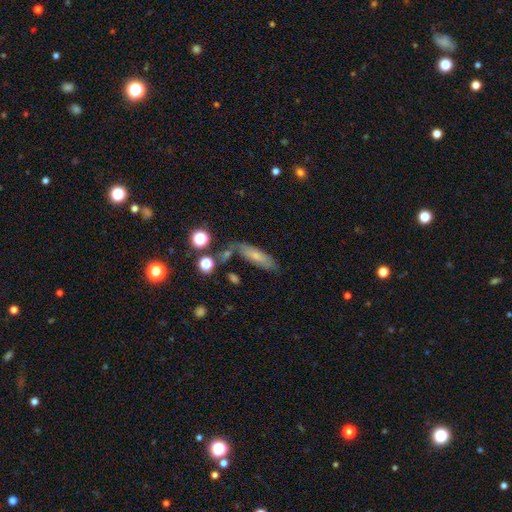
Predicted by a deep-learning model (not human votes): Smooth or featured?
  - smooth: 62% *
  - featured or disk: 29%
  - star or artifact: 9%
How rounded?
  - cigar-shaped: 49% *
  - in between: 48%
  - round: 3%
Merging?
  - none: 59% *
  - minor disturbance: 22%
  - major disturbance: 9%
  - merger: 9%